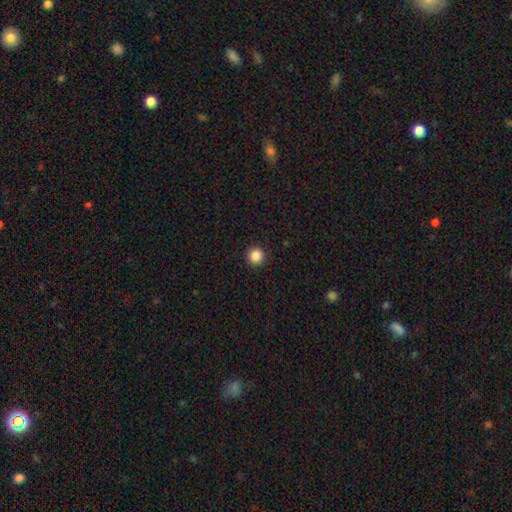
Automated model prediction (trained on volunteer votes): smooth-or-featured: smooth: 87% | star or artifact: 10% | featured or disk: 3%
  how-rounded: round: 95% | in between: 4% | cigar-shaped: 1%
  merging: none: 93% | minor disturbance: 4% | major disturbance: 2% | merger: 1%